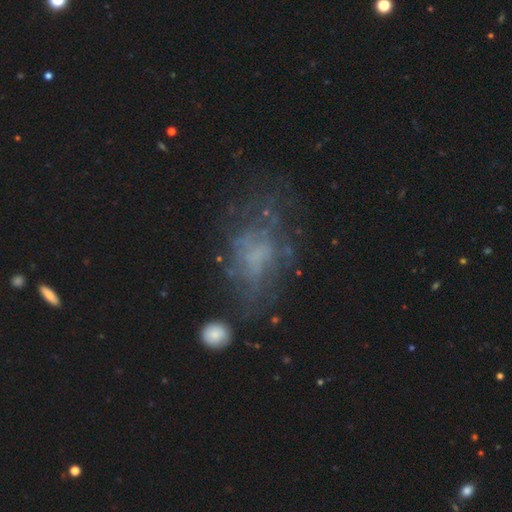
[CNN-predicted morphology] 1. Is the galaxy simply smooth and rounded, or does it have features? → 48% featured or disk, 30% smooth, 22% star or artifact.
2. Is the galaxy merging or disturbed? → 51% none, 22% major disturbance, 21% minor disturbance, 6% merger.